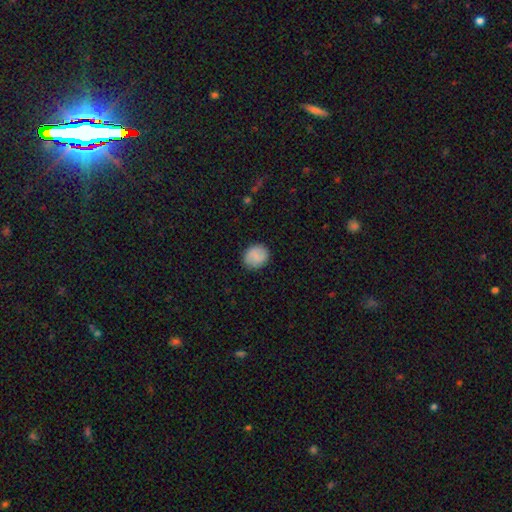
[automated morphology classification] The model was most divided on "how rounded": round: 75%, in between: 23%, cigar-shaped: 1%. More confident: merging — none (87%); smooth or featured — smooth (75%).